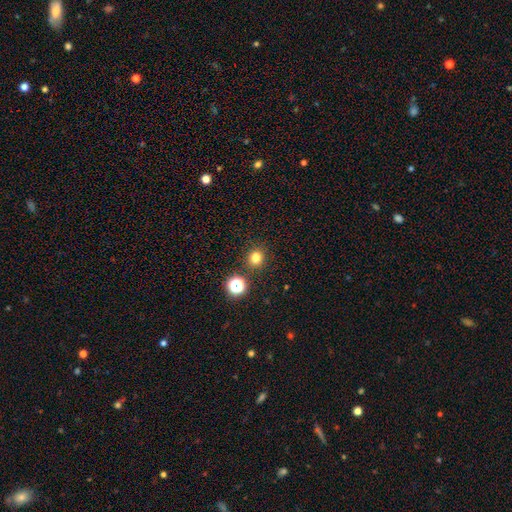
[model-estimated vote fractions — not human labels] The model was most divided on "smooth or featured": smooth: 77%, star or artifact: 18%, featured or disk: 5%. More confident: merging — none (85%); how rounded — round (81%).